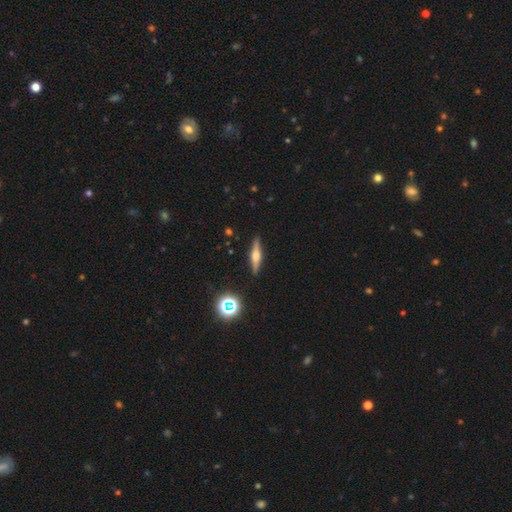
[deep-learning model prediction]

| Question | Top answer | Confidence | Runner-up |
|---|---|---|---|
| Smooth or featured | featured or disk | 66% | smooth (25%) |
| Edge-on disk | yes | 97% | no (3%) |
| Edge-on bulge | rounded | 89% | boxy (8%) |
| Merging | none | 90% | minor disturbance (7%) |